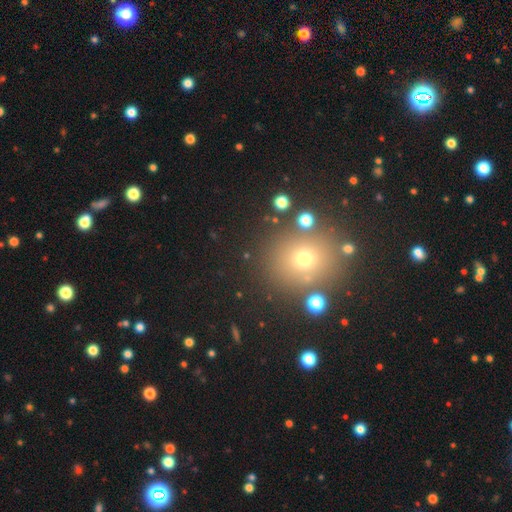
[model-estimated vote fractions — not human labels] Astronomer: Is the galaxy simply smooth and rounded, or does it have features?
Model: smooth — 46% (runner-up: star or artifact, 43%).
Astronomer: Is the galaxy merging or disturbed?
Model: none — 84%.